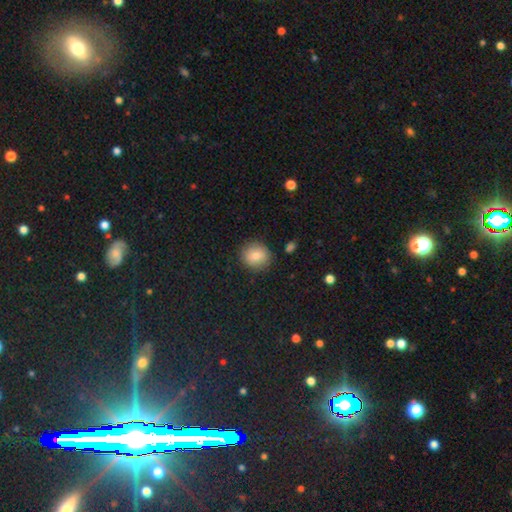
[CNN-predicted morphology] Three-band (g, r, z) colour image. It shows a smooth galaxy with no disk features (83%) that is round (82%). Merging: none (86%).